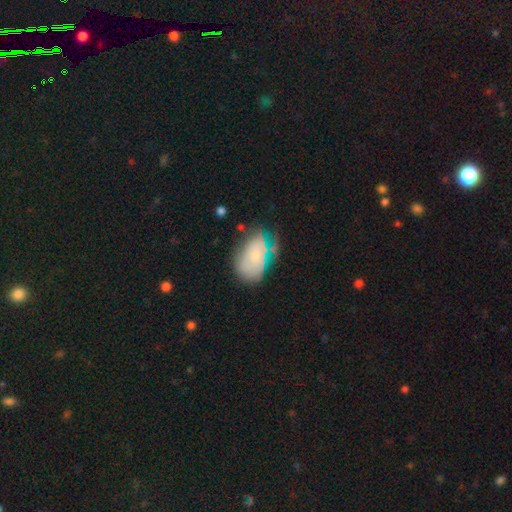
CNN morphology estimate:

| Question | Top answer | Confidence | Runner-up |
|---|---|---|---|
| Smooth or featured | smooth | 62% | featured or disk (29%) |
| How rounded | in between | 90% | round (9%) |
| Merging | none | 43% | minor disturbance (32%) |